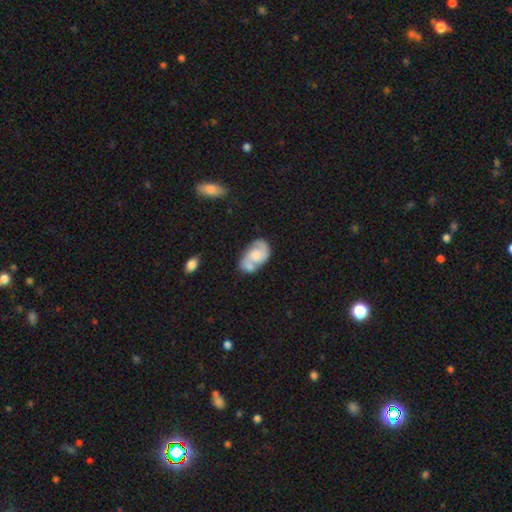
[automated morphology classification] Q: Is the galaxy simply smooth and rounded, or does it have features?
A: featured or disk — 58%.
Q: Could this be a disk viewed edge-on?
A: no — 97%.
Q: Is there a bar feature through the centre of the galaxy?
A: no — 70%.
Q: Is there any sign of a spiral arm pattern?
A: yes — 81%.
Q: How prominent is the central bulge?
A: moderate — 29%.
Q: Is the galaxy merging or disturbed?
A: merger — 43%.